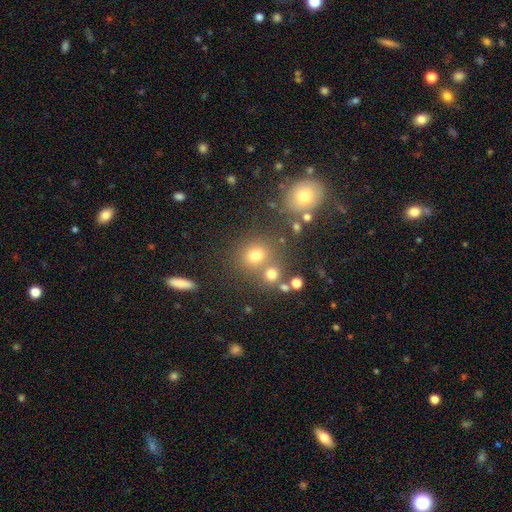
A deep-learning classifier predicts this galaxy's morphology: The model was most divided on "merging": none: 65%, merger: 21%, minor disturbance: 10%, major disturbance: 4%. More confident: how rounded — round (80%); smooth or featured — smooth (70%).